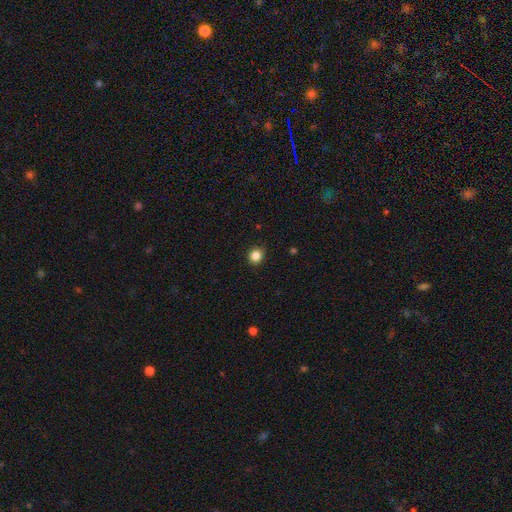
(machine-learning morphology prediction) type=smooth (85%); roundness=round (81%); merging=none (90%).